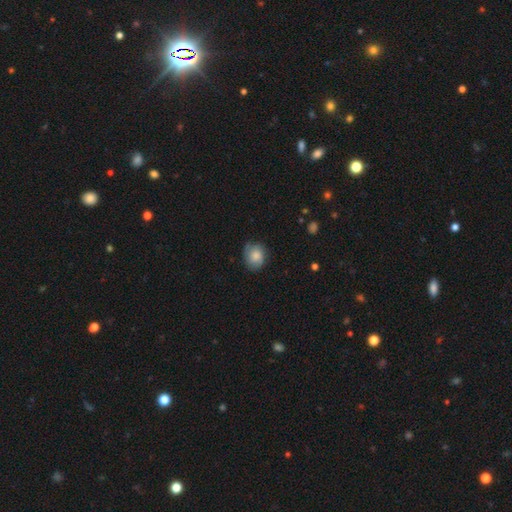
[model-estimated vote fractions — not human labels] A smooth galaxy with no disk features (69%) that is round (65%). Merging: none (72%).